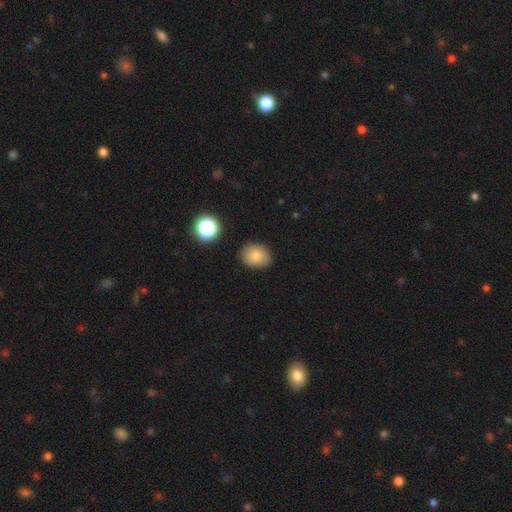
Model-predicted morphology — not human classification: Smooth or featured? Predicted: smooth (p=0.78). How rounded? Predicted: round (p=0.54). Merging? Predicted: none (p=0.86).